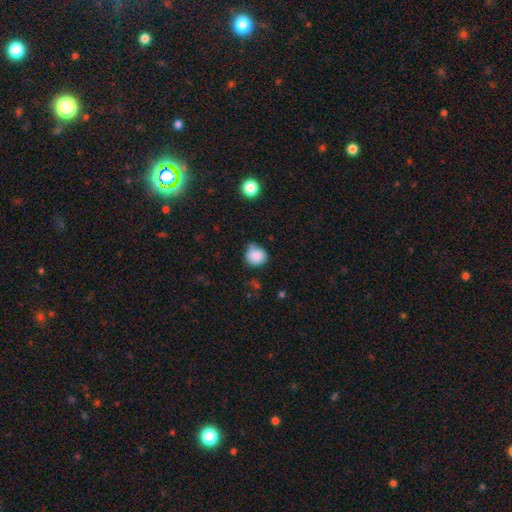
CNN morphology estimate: Smooth or featured?
  - smooth: 85% *
  - star or artifact: 10%
  - featured or disk: 6%
How rounded?
  - round: 85% *
  - in between: 14%
  - cigar-shaped: 1%
Merging?
  - none: 57% *
  - minor disturbance: 32%
  - major disturbance: 7%
  - merger: 5%